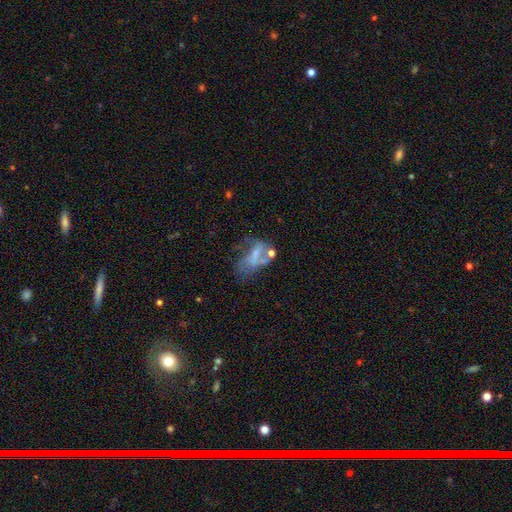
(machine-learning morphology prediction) smooth_or_featured: featured or disk (p=0.52) [alt: smooth p=0.34]
disk_edge_on: no (p=0.96) [alt: yes p=0.04]
merging: major disturbance (p=0.40) [alt: none p=0.24]